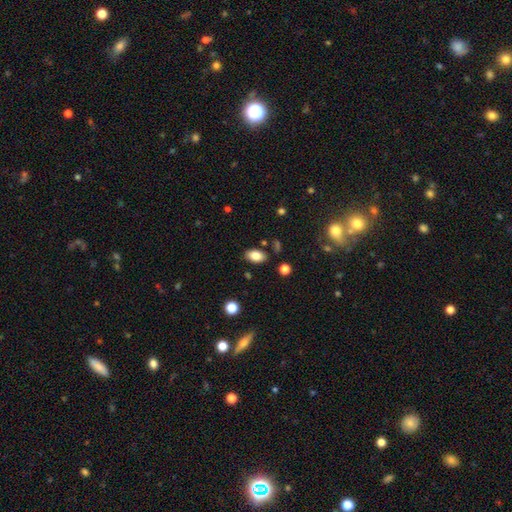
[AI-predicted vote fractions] smooth-or-featured: smooth: 83% | star or artifact: 9% | featured or disk: 8%
  how-rounded: in between: 92% | round: 6% | cigar-shaped: 2%
  merging: none: 84% | minor disturbance: 11% | merger: 3% | major disturbance: 3%